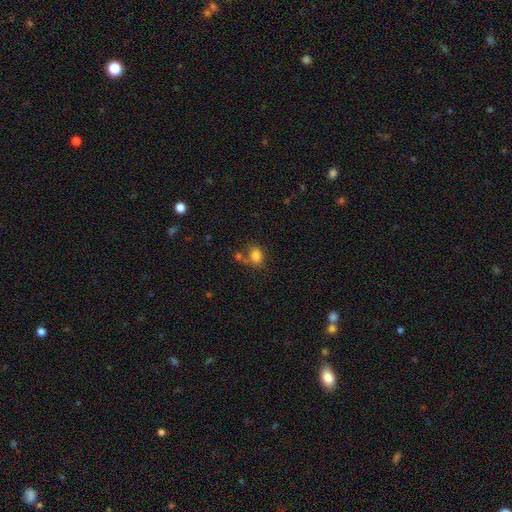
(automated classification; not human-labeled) This appears to be a smooth galaxy with no disk features (83%) that is in between round and cigar-shaped (55%). Merging: none (61%).